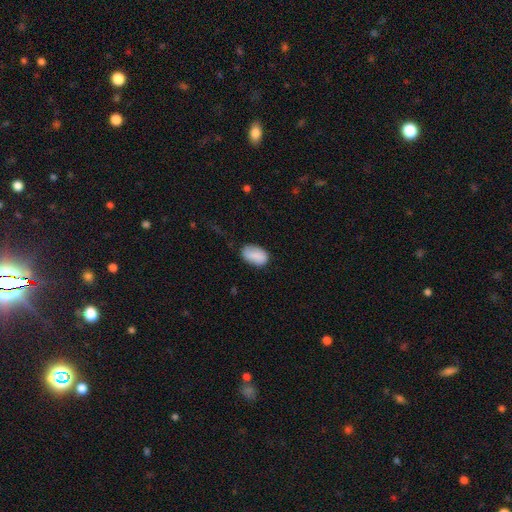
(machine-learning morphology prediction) smooth-or-featured: smooth: 83% | featured or disk: 10% | star or artifact: 7%
  how-rounded: in between: 91% | round: 7% | cigar-shaped: 2%
  merging: none: 75% | minor disturbance: 19% | major disturbance: 4% | merger: 2%